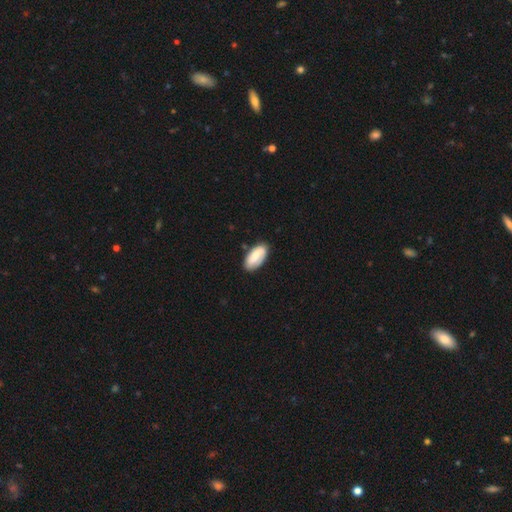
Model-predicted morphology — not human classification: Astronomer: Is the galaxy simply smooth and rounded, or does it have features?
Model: smooth — 64%.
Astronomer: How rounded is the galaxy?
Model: in between — 92%.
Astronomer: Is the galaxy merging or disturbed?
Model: none — 79%.